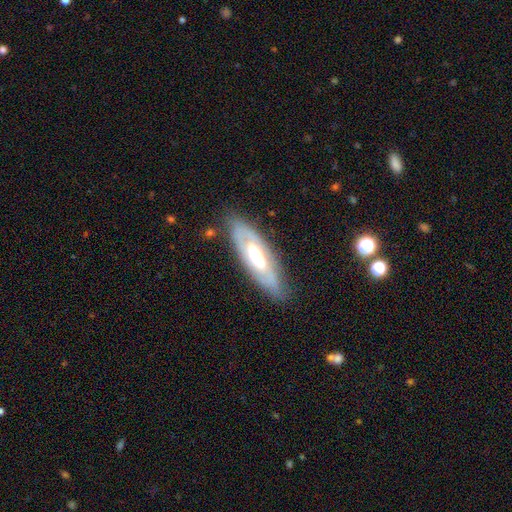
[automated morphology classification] Smooth or featured? featured or disk (67%)
Edge-on disk? no (72%)
Merging? none (77%)